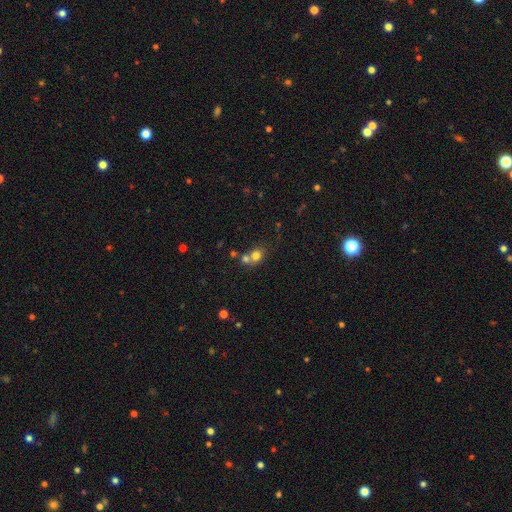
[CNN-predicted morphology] smooth 75%, star or artifact 13%, featured or disk 12%. Down the decision tree: how rounded — round (73%); merging — merger (51%).